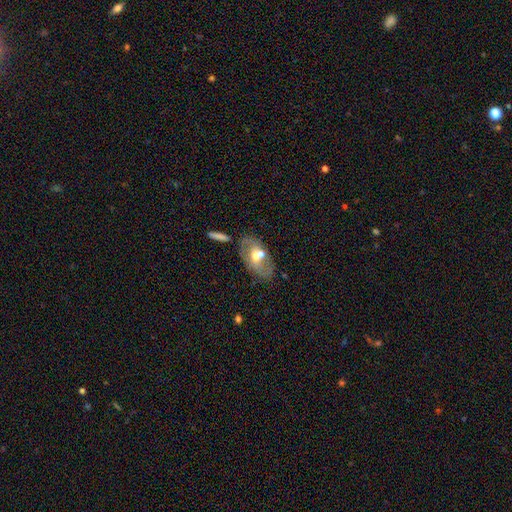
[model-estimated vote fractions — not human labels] Smooth or featured? Predicted: featured or disk (p=0.56). Edge-on disk? Predicted: no (p=0.91). Bar? Predicted: no (p=0.60). Spiral arms? Predicted: no (p=0.55). Bulge size? Predicted: moderate (p=0.65). Merging? Predicted: none (p=0.53).